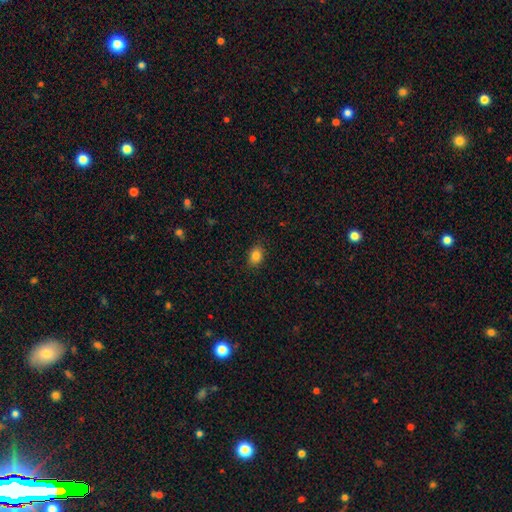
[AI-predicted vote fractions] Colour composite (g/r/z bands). It shows a smooth galaxy with no disk features (85%) that is in between round and cigar-shaped (66%). Merging: none (87%).